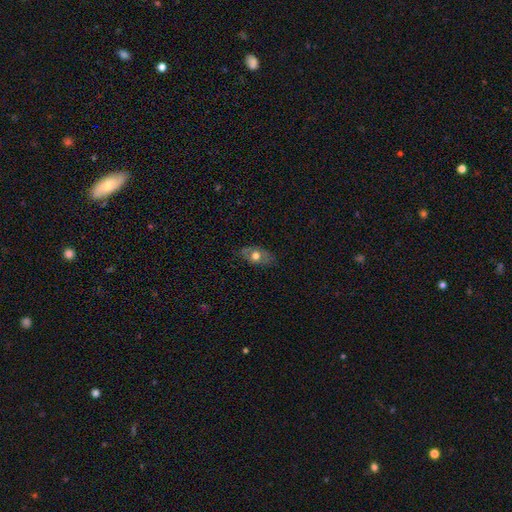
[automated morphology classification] A smooth galaxy with no disk features (60%) that is in between round and cigar-shaped (82%).

Vote fractions:
- Smooth or featured? smooth: 60% / featured or disk: 32% / star or artifact: 8%
- How rounded? in between: 82% / round: 14% / cigar-shaped: 3%
- Merging? none: 73% / minor disturbance: 21% / major disturbance: 5% / merger: 1%